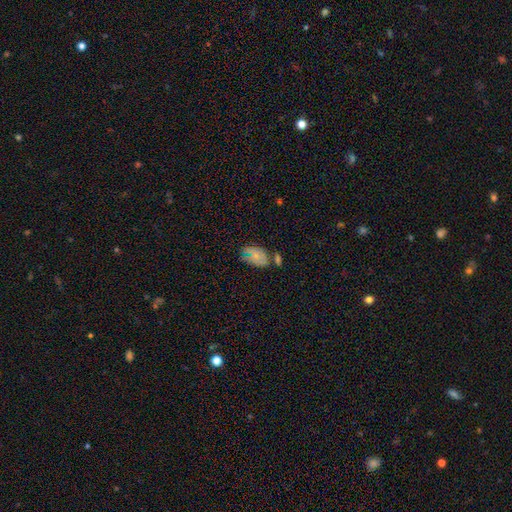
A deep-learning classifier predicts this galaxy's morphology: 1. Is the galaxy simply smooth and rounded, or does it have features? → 66% smooth, 23% featured or disk, 11% star or artifact.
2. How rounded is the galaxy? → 90% in between, 8% round, 2% cigar-shaped.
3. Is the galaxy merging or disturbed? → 43% none, 28% minor disturbance, 19% merger, 11% major disturbance.